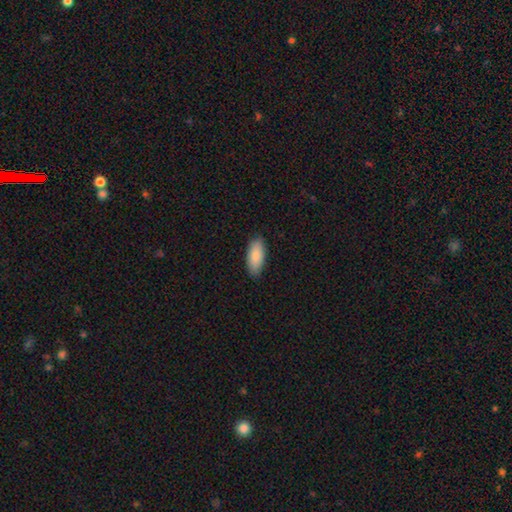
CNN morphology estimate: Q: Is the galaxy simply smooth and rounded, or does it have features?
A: smooth — 88%.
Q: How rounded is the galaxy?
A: in between — 87%.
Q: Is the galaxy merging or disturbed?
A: none — 87%.